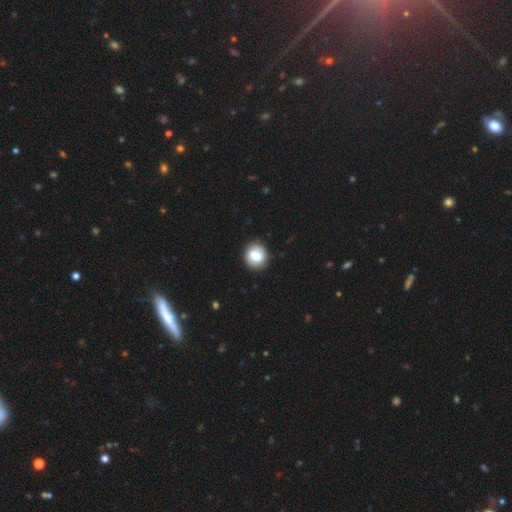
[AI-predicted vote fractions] Smooth or featured? Predicted: smooth (p=0.77). How rounded? Predicted: round (p=0.81). Merging? Predicted: none (p=0.88).